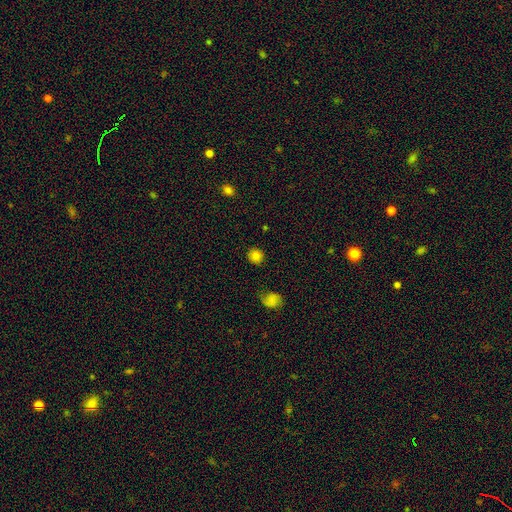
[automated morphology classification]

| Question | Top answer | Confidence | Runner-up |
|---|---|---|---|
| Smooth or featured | smooth | 81% | star or artifact (11%) |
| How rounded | round | 90% | in between (9%) |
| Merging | none | 87% | minor disturbance (9%) |